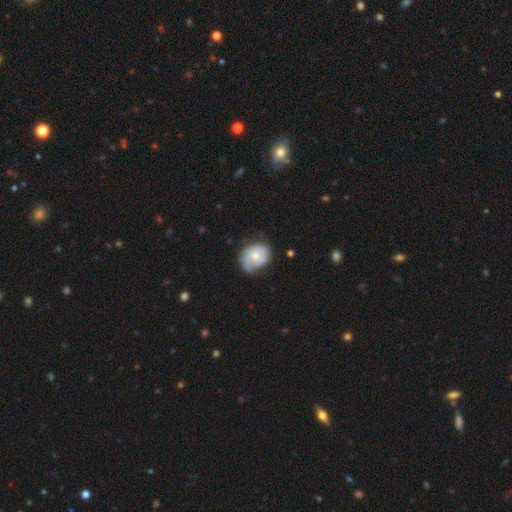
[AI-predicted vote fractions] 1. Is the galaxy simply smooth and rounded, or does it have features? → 47% featured or disk (tied), 47% smooth (tied), 7% star or artifact.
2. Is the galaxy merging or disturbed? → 57% none, 31% minor disturbance, 10% major disturbance, 2% merger.